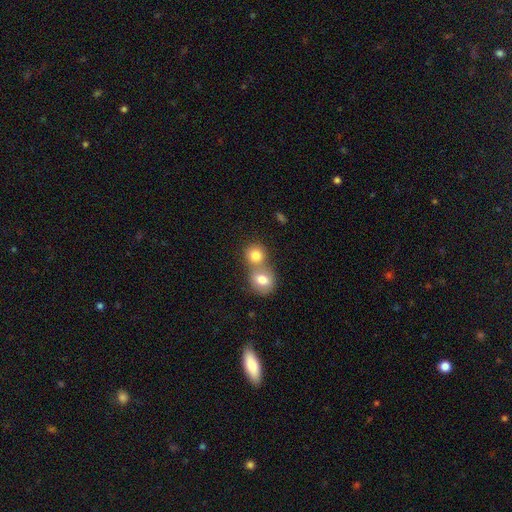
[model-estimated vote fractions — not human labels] A smooth galaxy with no disk features (80%) that is round (79%).

Vote fractions:
- Smooth or featured? smooth: 80% / featured or disk: 11% / star or artifact: 9%
- How rounded? round: 79% / in between: 20% / cigar-shaped: 1%
- Merging? merger: 58% / none: 33% / minor disturbance: 6% / major disturbance: 2%